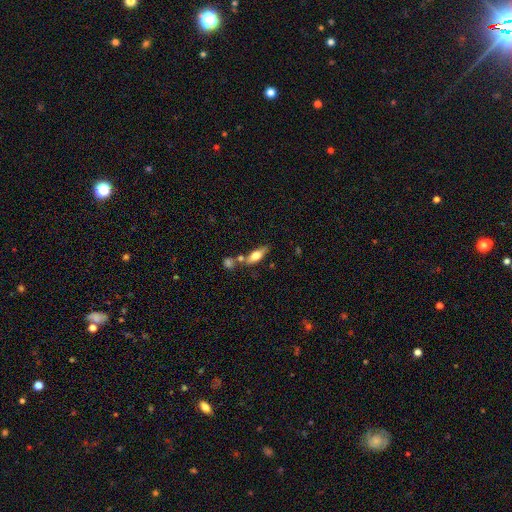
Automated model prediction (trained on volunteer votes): Morphology: type=smooth (55%); roundness=in between (55%); merging=none (63%).